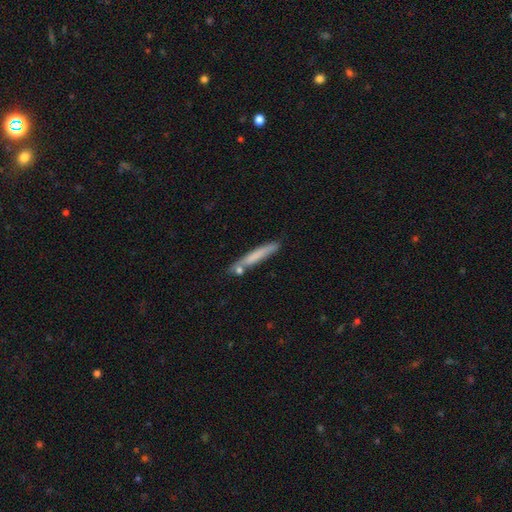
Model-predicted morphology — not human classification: A smooth galaxy with no disk features (67%) that is cigar-shaped (95%). Merging: none (72%).